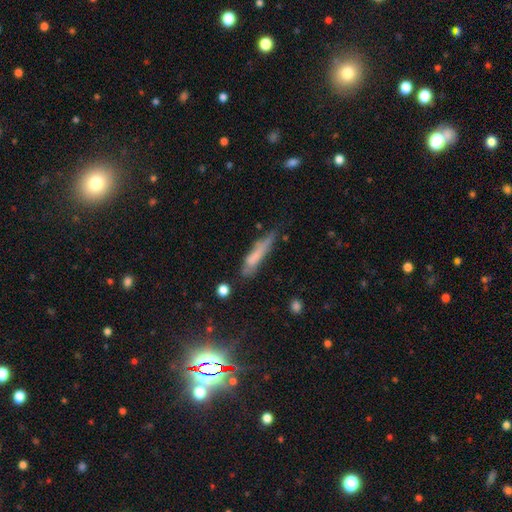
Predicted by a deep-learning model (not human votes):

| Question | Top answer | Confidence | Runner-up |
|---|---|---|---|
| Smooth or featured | smooth | 65% | featured or disk (26%) |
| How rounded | cigar-shaped | 84% | in between (14%) |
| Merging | none | 53% | minor disturbance (31%) |